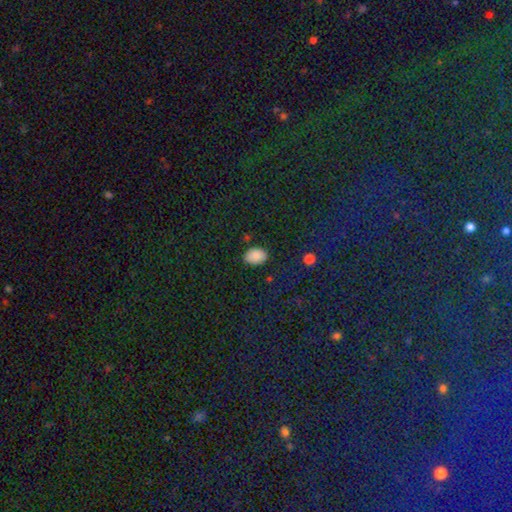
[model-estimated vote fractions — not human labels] smooth_or_featured: smooth (p=0.86) [alt: star or artifact p=0.09]
how_rounded: in between (p=0.83) [alt: round p=0.16]
merging: none (p=0.85) [alt: minor disturbance p=0.11]